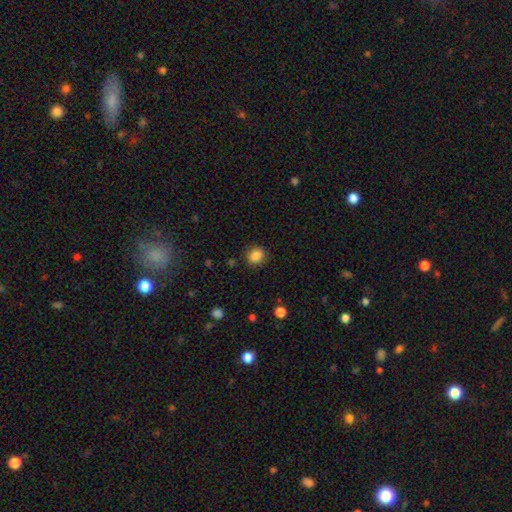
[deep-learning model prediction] Smooth or featured? smooth (86%)
How rounded? round (65%)
Merging? none (86%)